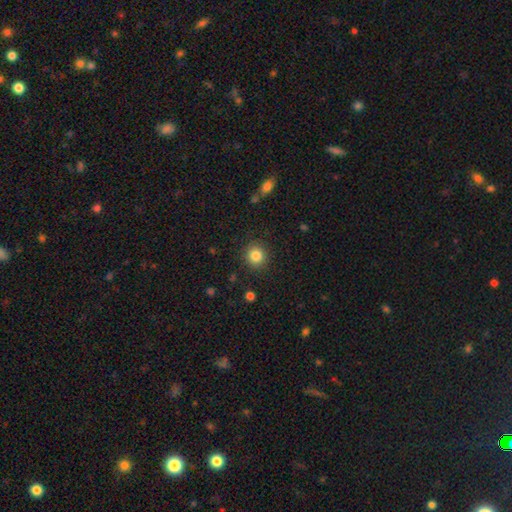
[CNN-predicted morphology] Smooth or featured? smooth (84%)
How rounded? round (90%)
Merging? none (89%)